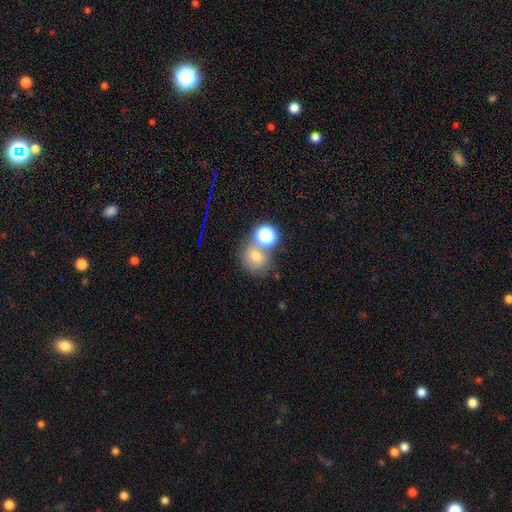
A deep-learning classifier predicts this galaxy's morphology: Overall: smooth (63%; star or artifact 23%). How rounded: round (73%). Merging: none (54%; merger 29%).